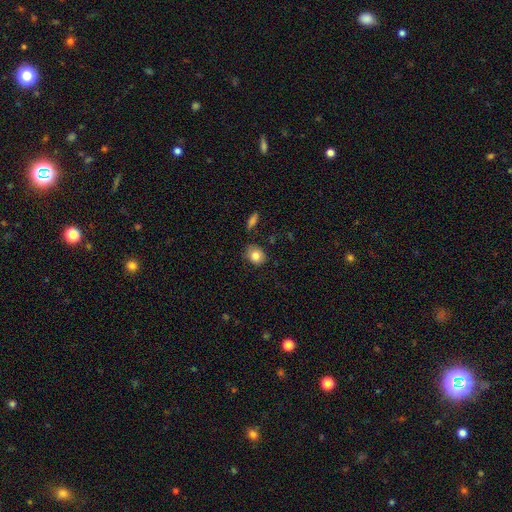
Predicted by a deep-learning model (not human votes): Overall: smooth (83%). How rounded: round (67%; in between 32%). Merging: none (76%).